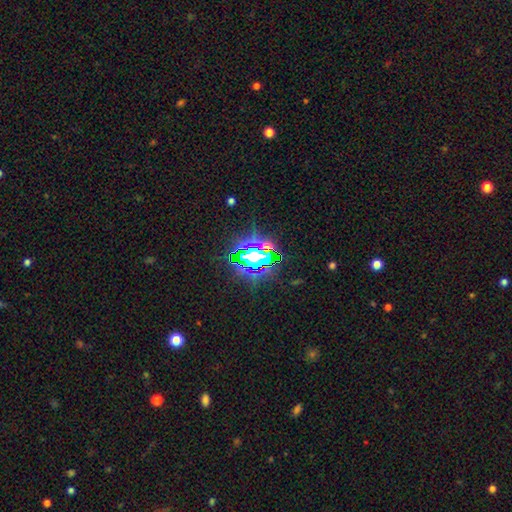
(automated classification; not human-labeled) A star or artifact, not a galaxy (72%).